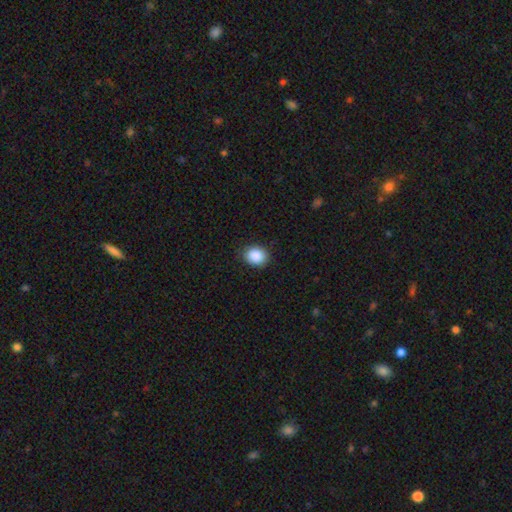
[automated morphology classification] Smooth or featured? Predicted: smooth (p=0.89). How rounded? Predicted: round (p=0.54). Merging? Predicted: none (p=0.86).